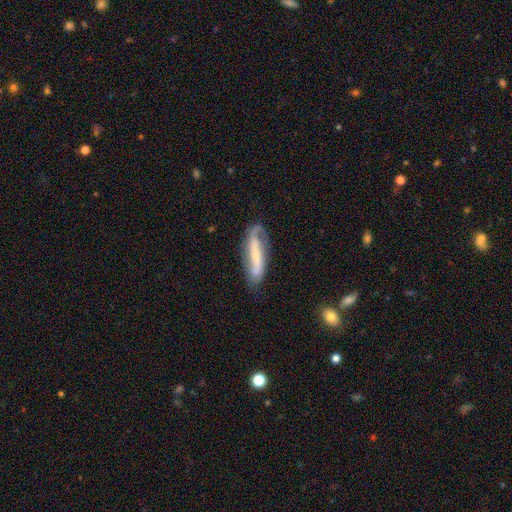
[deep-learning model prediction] smooth_or_featured: featured or disk (p=0.69) [alt: smooth p=0.24]
disk_edge_on: no (p=0.80) [alt: yes p=0.20]
bar: strong (p=0.49) [alt: weak p=0.27]
has_spiral_arms: yes (p=0.88) [alt: no p=0.12]
bulge_size: small (p=0.54) [alt: moderate p=0.30]
merging: none (p=0.65) [alt: minor disturbance p=0.23]